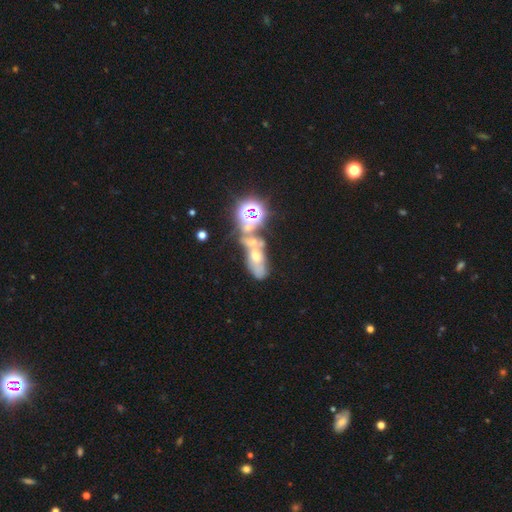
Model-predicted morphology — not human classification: This is marginally a star or artifact rather than a galaxy (40%).